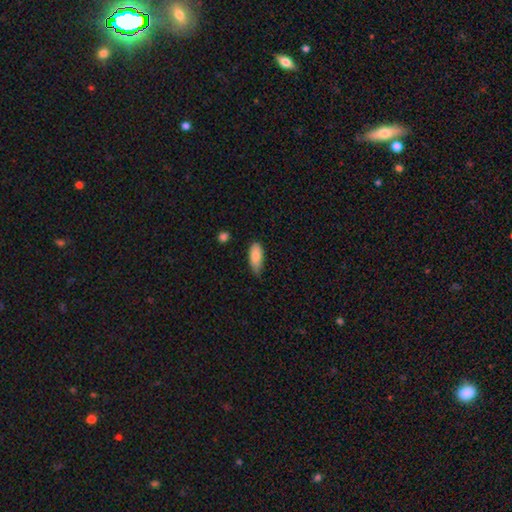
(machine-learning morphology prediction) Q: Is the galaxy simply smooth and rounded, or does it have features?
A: smooth — 87%.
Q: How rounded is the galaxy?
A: in between — 83%.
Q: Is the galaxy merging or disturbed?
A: none — 55%.